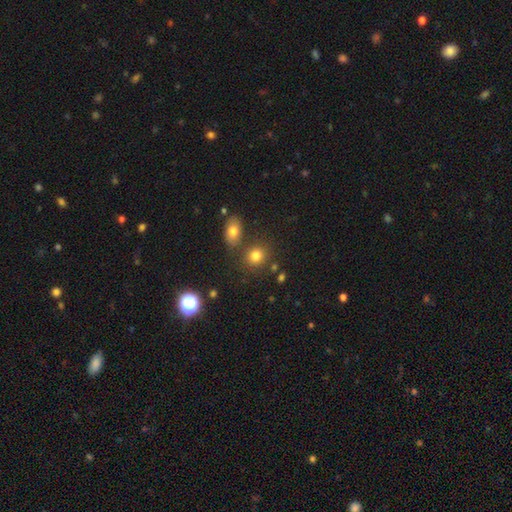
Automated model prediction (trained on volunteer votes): Overall: smooth (79%). How rounded: round (73%). Merging: none (73%).